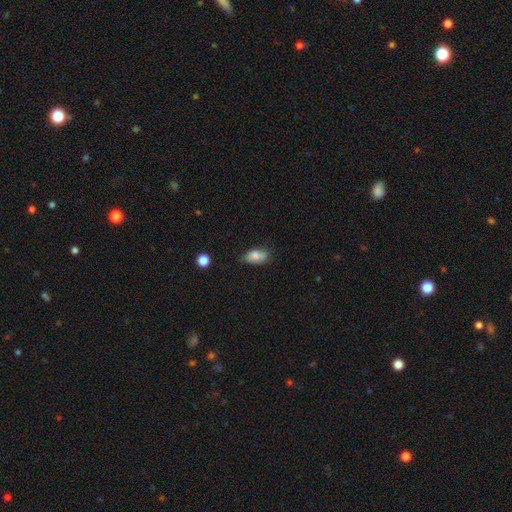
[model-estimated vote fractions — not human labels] smooth 79%, featured or disk 12%, star or artifact 9%. Down the decision tree: how rounded — in between (89%); merging — none (60%).